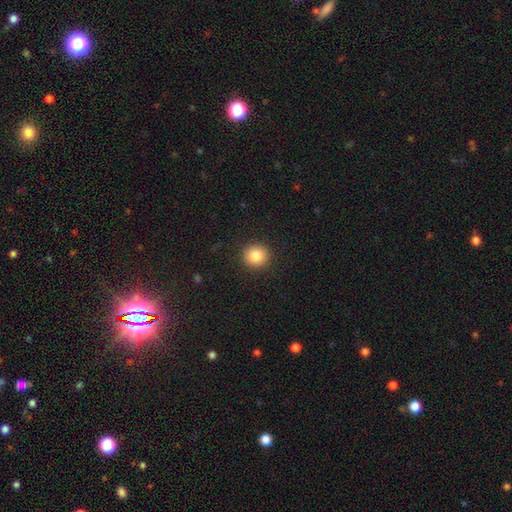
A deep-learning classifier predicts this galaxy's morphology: Smooth or featured? smooth (86%)
How rounded? round (92%)
Merging? none (91%)